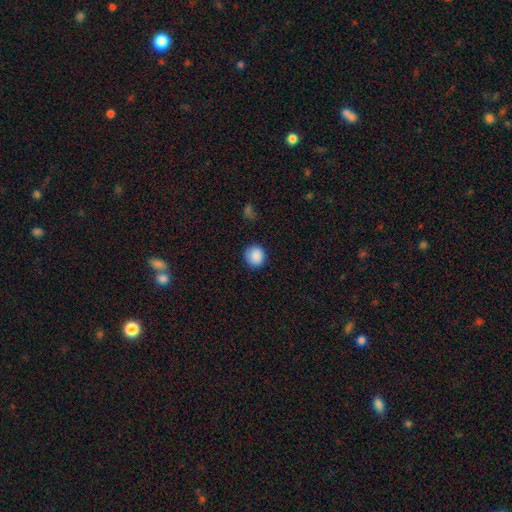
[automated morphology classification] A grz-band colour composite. It shows a smooth galaxy with no disk features (89%) that is round (88%). Merging: none (86%).